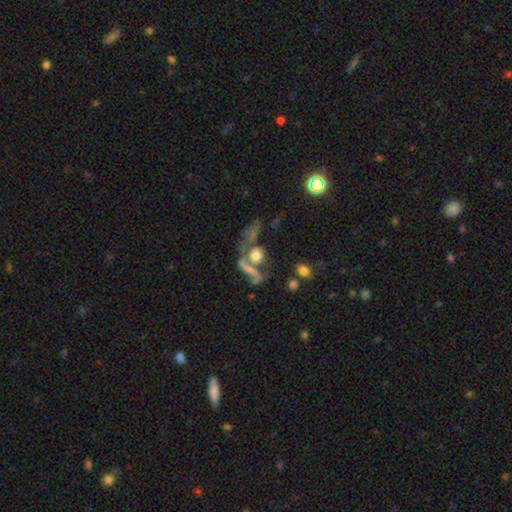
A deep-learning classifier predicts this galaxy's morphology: Smooth or featured?
  - smooth: 47% *
  - featured or disk: 38%
  - star or artifact: 16%
Merging?
  - merger: 43% *
  - none: 24%
  - major disturbance: 22%
  - minor disturbance: 11%